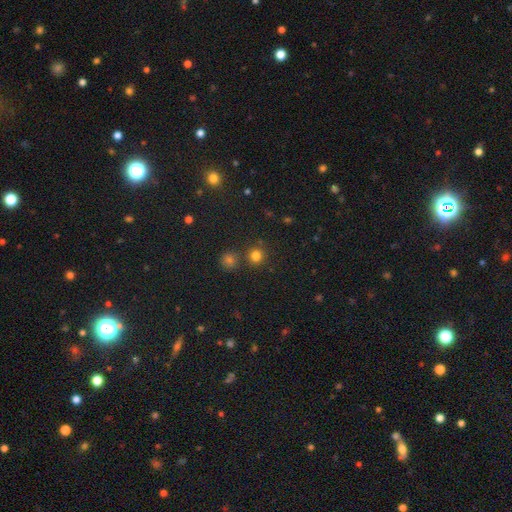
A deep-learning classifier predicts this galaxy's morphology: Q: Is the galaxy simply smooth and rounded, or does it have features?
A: smooth — 78%.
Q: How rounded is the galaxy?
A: round — 90%.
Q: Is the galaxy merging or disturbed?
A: none — 76%.